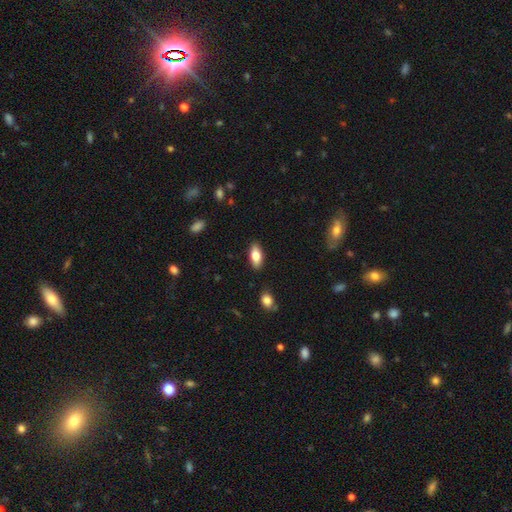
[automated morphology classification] type=smooth (76%); roundness=in between (85%); merging=none (87%).